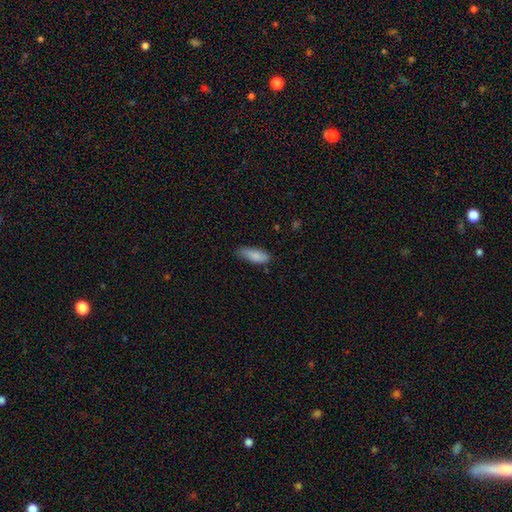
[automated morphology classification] A smooth galaxy with no disk features (85%) that is in between round and cigar-shaped (75%).

Vote fractions:
- Smooth or featured? smooth: 85% / featured or disk: 9% / star or artifact: 6%
- How rounded? in between: 75% / cigar-shaped: 23% / round: 2%
- Merging? none: 68% / minor disturbance: 26% / major disturbance: 4% / merger: 2%